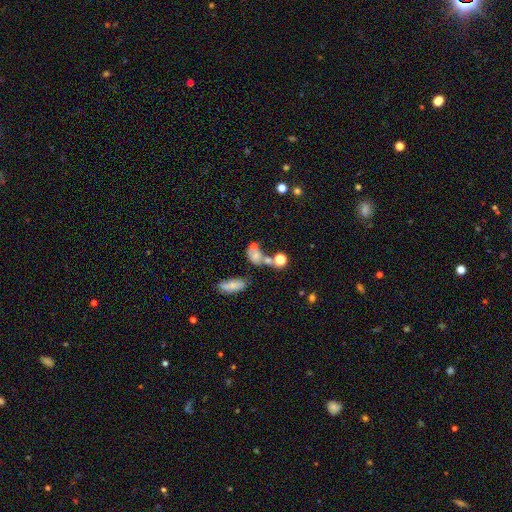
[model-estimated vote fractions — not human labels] Smooth or featured?
  - smooth: 58% *
  - featured or disk: 25%
  - star or artifact: 17%
How rounded?
  - in between: 57% *
  - round: 38%
  - cigar-shaped: 4%
Merging?
  - merger: 47% *
  - none: 26%
  - major disturbance: 14%
  - minor disturbance: 13%